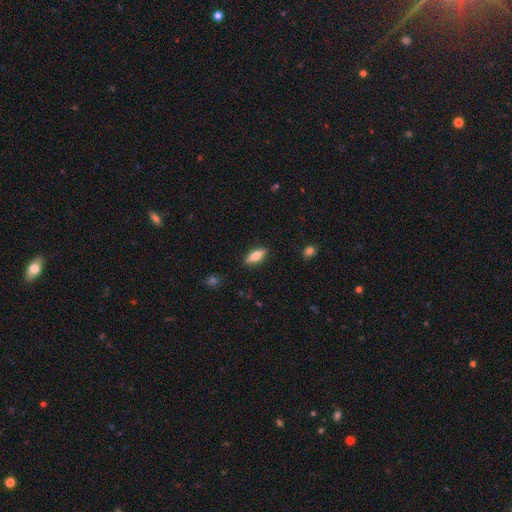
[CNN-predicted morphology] smooth_or_featured: smooth (p=0.68) [alt: featured or disk p=0.25]
how_rounded: in between (p=0.69) [alt: cigar-shaped p=0.28]
merging: none (p=0.87) [alt: minor disturbance p=0.10]